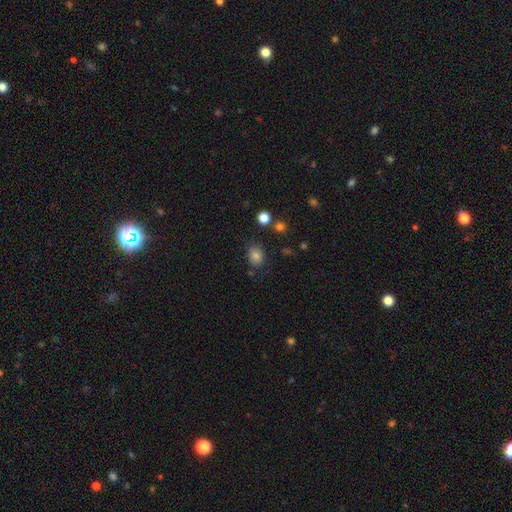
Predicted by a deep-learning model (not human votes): This is clearly a smooth galaxy (81%). How rounded: possibly round (50%). Merging: likely none (77%).